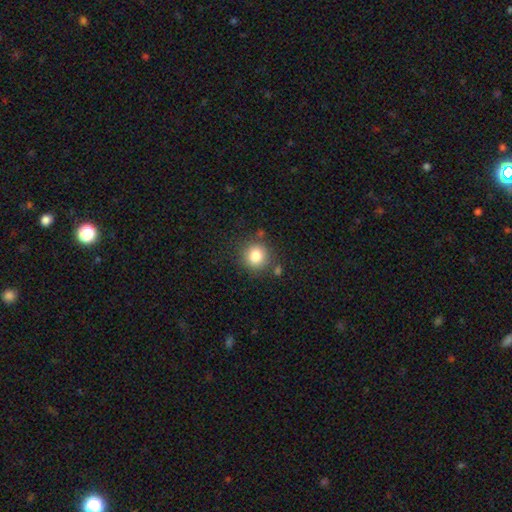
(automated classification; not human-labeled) A smooth galaxy with no disk features (83%) that is round (91%).

Vote fractions:
- Smooth or featured? smooth: 83% / star or artifact: 11% / featured or disk: 6%
- How rounded? round: 91% / in between: 8% / cigar-shaped: 1%
- Merging? none: 82% / minor disturbance: 10% / merger: 5% / major disturbance: 3%